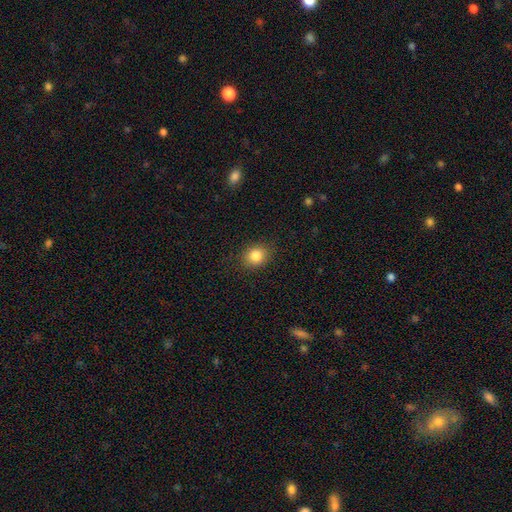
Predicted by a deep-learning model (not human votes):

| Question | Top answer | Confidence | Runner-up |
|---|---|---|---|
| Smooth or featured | smooth | 84% | star or artifact (10%) |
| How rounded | round | 66% | in between (33%) |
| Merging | none | 87% | minor disturbance (10%) |